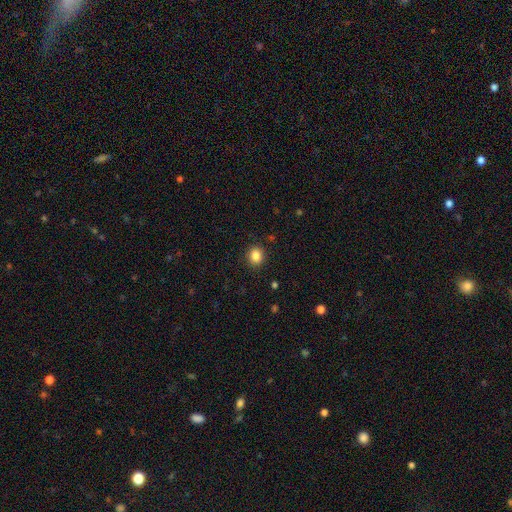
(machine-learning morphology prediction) Overall: smooth (86%). How rounded: round (71%). Merging: none (90%).